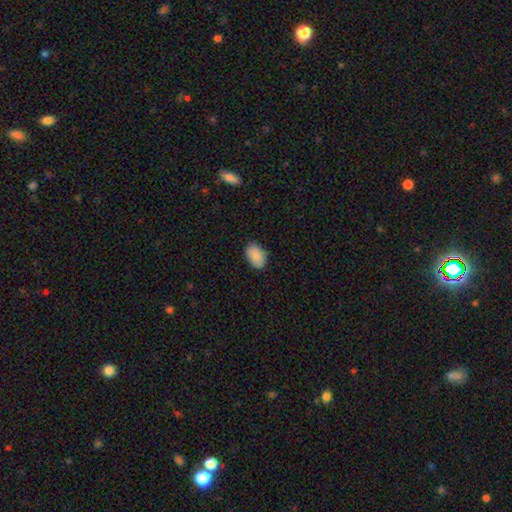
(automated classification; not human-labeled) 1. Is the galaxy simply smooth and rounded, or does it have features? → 88% smooth, 7% star or artifact, 6% featured or disk.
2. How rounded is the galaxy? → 88% in between, 11% round, 1% cigar-shaped.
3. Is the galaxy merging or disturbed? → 81% none, 16% minor disturbance, 3% major disturbance, 1% merger.